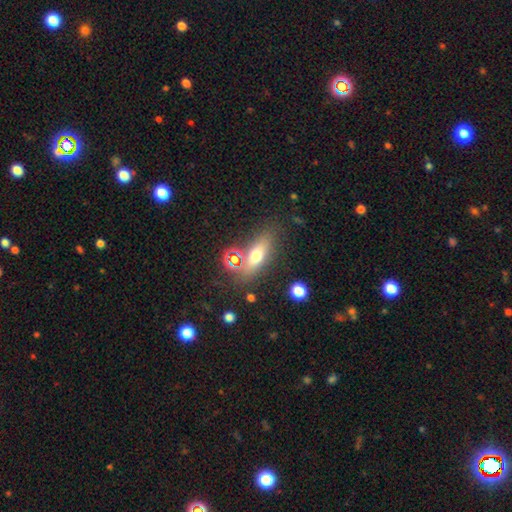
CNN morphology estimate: Smooth or featured?
  - smooth: 60% *
  - featured or disk: 26%
  - star or artifact: 14%
How rounded?
  - in between: 55% *
  - cigar-shaped: 36%
  - round: 8%
Merging?
  - none: 75% *
  - minor disturbance: 13%
  - merger: 7%
  - major disturbance: 5%